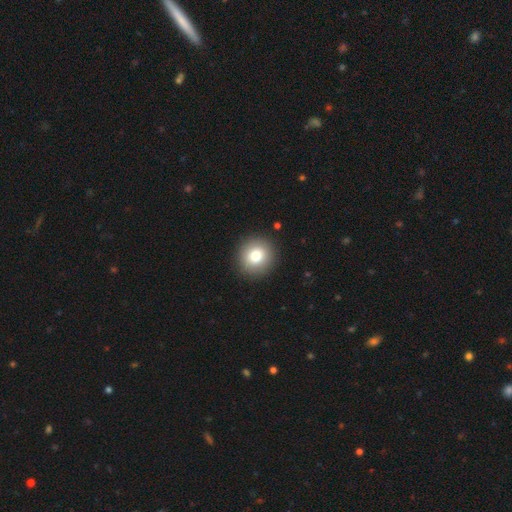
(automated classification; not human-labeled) The model was most divided on "smooth or featured": smooth: 79%, featured or disk: 11%, star or artifact: 10%. More confident: how rounded — round (93%); merging — none (91%).